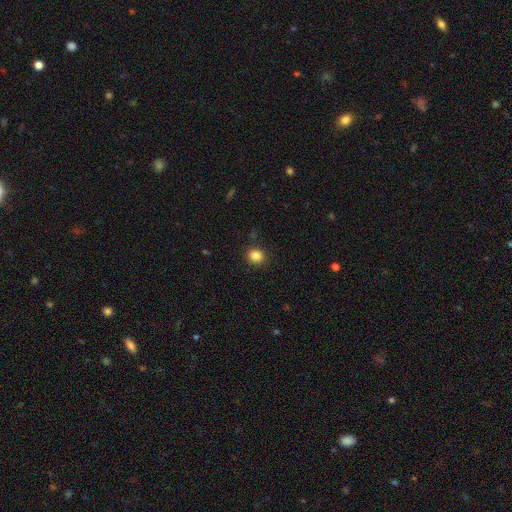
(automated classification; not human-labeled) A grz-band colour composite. It shows a smooth galaxy with no disk features (85%) that is round (82%). Merging: none (90%).